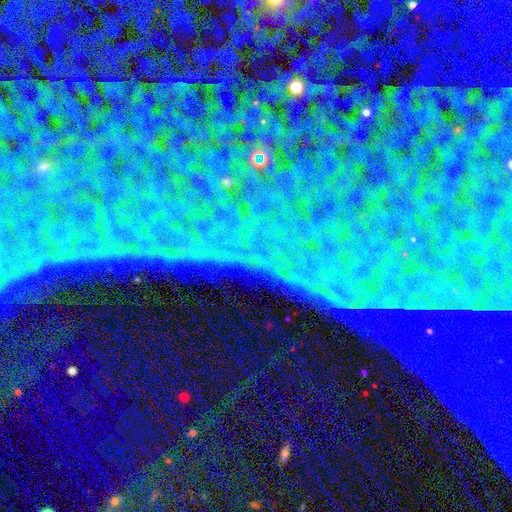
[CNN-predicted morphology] A star or artifact, not a galaxy (87%).